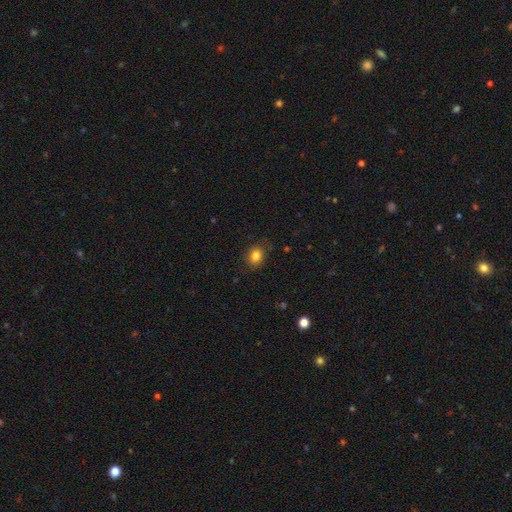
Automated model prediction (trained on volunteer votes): Smooth or featured? smooth (83%)
How rounded? round (57%)
Merging? none (81%)